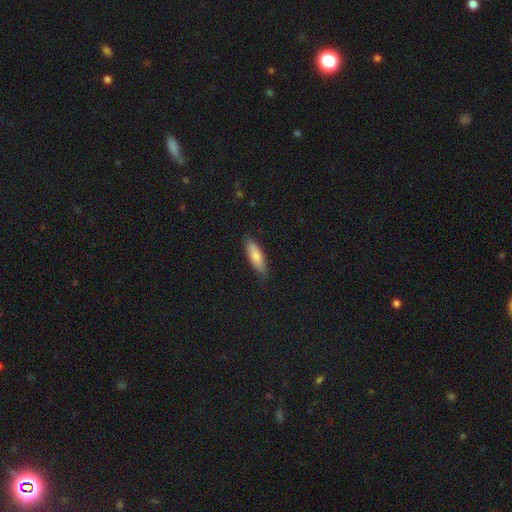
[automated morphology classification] type=smooth (80%); roundness=in between (58%); merging=none (82%).